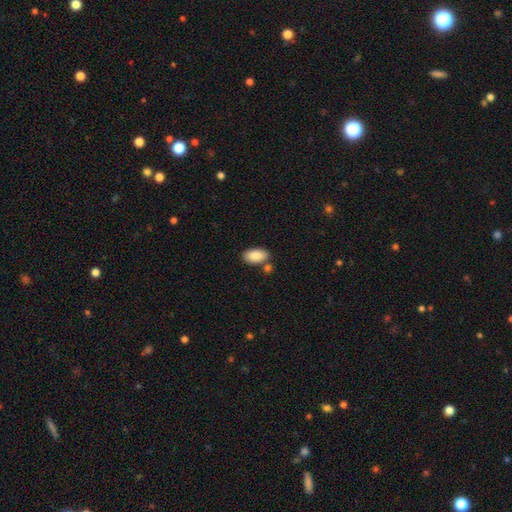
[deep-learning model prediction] Morphology: type=smooth (88%); roundness=in between (95%); merging=none (75%).